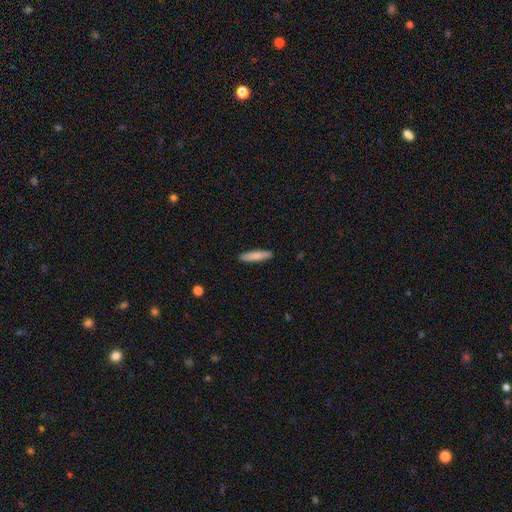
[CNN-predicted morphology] smooth 82%, featured or disk 13%, star or artifact 6%. Down the decision tree: how rounded — cigar-shaped (85%); merging — none (90%).